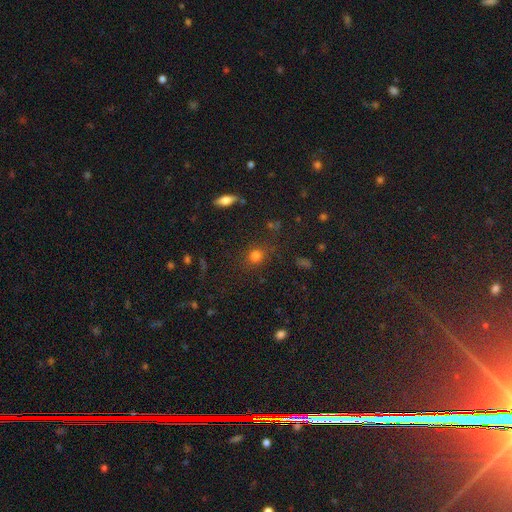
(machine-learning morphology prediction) type=smooth (77%); roundness=round (80%); merging=none (83%).